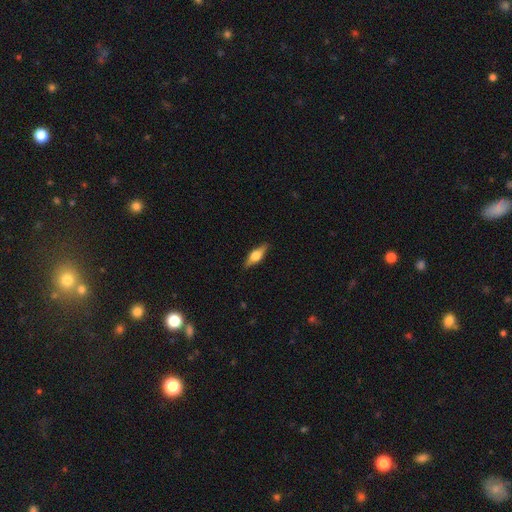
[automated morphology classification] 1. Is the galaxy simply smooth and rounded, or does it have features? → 49% featured or disk, 45% smooth, 6% star or artifact.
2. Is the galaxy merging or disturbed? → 87% none, 10% minor disturbance, 2% major disturbance, 1% merger.